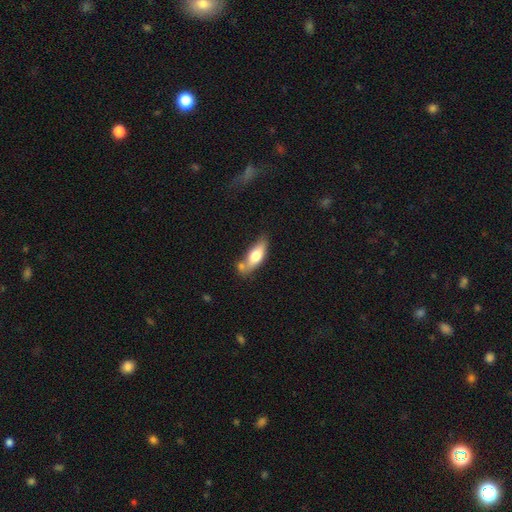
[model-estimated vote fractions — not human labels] Smooth or featured? Predicted: smooth (p=0.66). How rounded? Predicted: in between (p=0.66). Merging? Predicted: none (p=0.53).